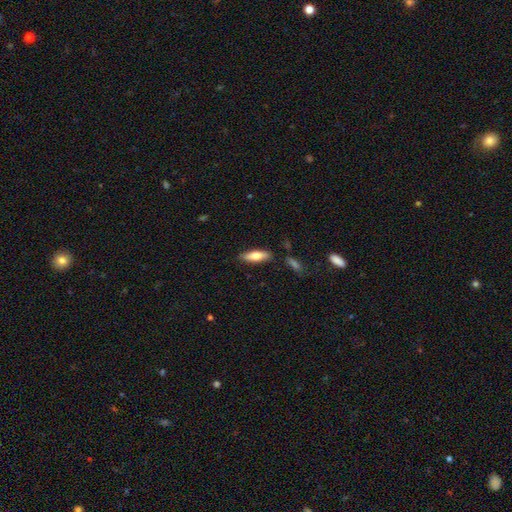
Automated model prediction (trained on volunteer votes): The model was most divided on "how rounded": in between: 50%, cigar-shaped: 48%, round: 2%. More confident: merging — none (83%); smooth or featured — smooth (73%).